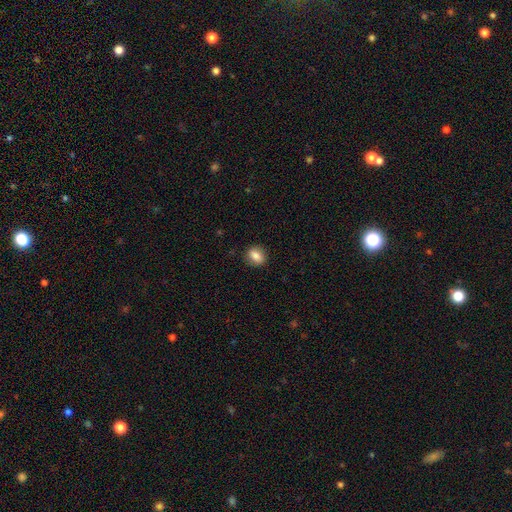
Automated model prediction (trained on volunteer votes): Smooth or featured? Predicted: smooth (p=0.80). How rounded? Predicted: in between (p=0.55). Merging? Predicted: none (p=0.85).